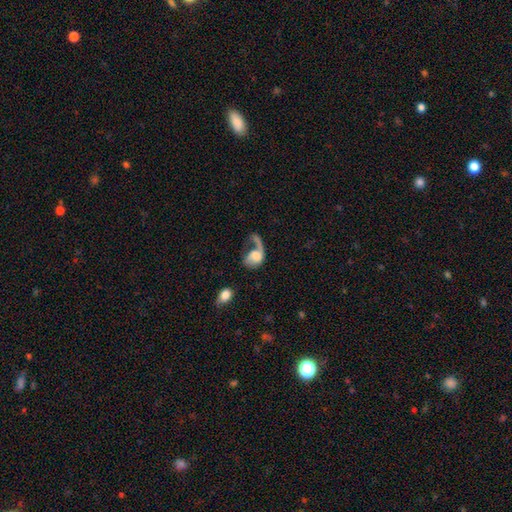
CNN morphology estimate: smooth_or_featured: featured or disk (p=0.54) [alt: smooth p=0.38]
disk_edge_on: no (p=0.97) [alt: yes p=0.03]
bar: no (p=0.74) [alt: weak p=0.21]
has_spiral_arms: yes (p=0.75) [alt: no p=0.25]
bulge_size: none (p=0.27) [alt: moderate p=0.24]
merging: major disturbance (p=0.53) [alt: none p=0.22]